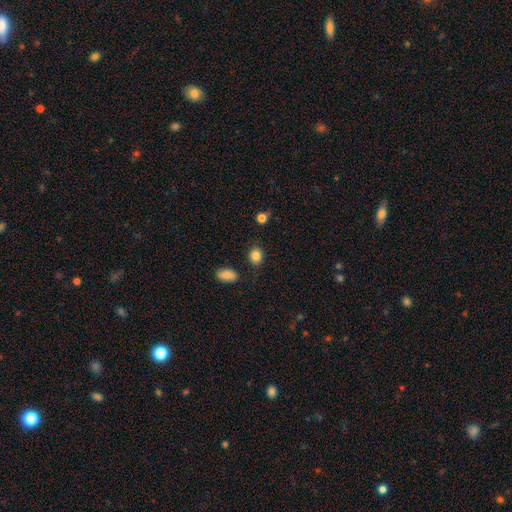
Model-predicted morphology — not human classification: smooth-or-featured: smooth: 85% | star or artifact: 10% | featured or disk: 5%
  how-rounded: round: 58% | in between: 41% | cigar-shaped: 1%
  merging: none: 83% | minor disturbance: 11% | merger: 3% | major disturbance: 3%